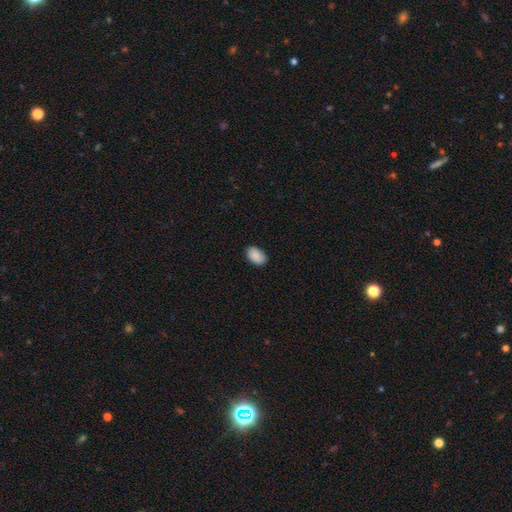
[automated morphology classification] Smooth or featured?
  - smooth: 89% *
  - star or artifact: 7%
  - featured or disk: 4%
How rounded?
  - in between: 90% *
  - round: 9%
  - cigar-shaped: 1%
Merging?
  - none: 85% *
  - minor disturbance: 12%
  - major disturbance: 2%
  - merger: 1%